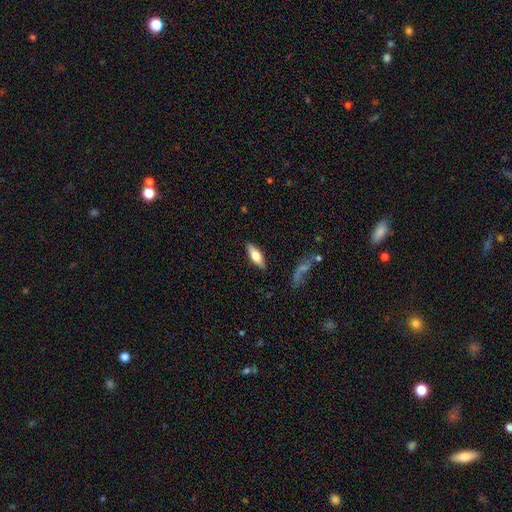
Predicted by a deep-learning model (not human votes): This is likely a smooth galaxy (63%). How rounded: likely in between (66%). Merging: clearly none (86%).